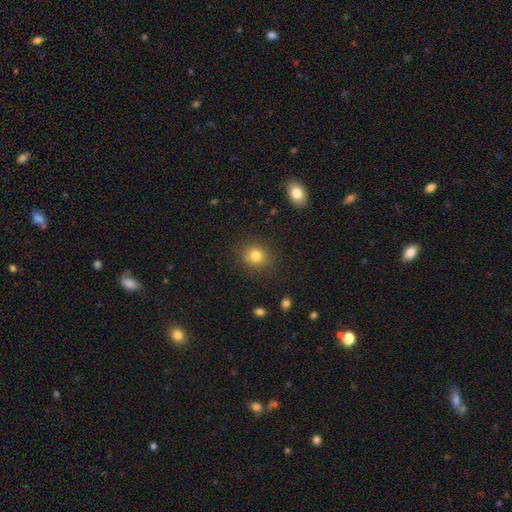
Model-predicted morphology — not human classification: This appears to be a smooth galaxy with no disk features (81%) that is round (78%). Merging: none (83%).